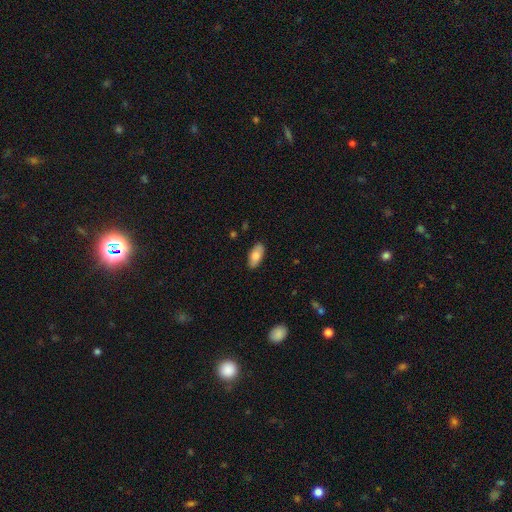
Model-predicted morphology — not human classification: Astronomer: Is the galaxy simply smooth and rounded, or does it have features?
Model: smooth — 75%.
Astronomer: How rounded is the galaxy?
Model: in between — 91%.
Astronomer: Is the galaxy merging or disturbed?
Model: none — 88%.